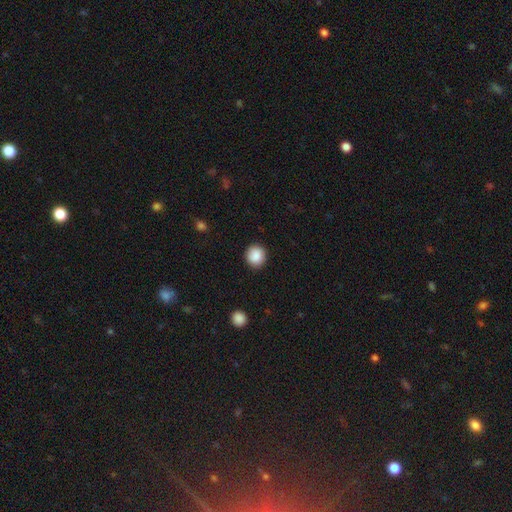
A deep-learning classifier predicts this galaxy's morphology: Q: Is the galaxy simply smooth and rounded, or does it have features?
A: smooth — 89%.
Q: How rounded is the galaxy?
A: round — 91%.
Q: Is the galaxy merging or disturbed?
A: none — 91%.